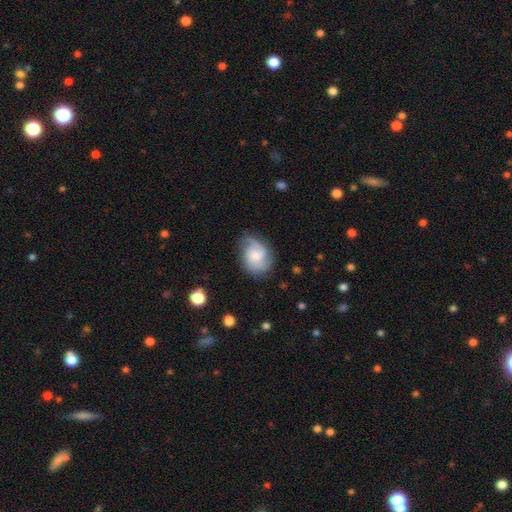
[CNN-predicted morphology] This appears to be a featured or disk galaxy (62%) with no bar (62%), 2 (49%) medium (45%) spiral arms (93%) and a moderate central bulge (41%). Merging: none (66%).